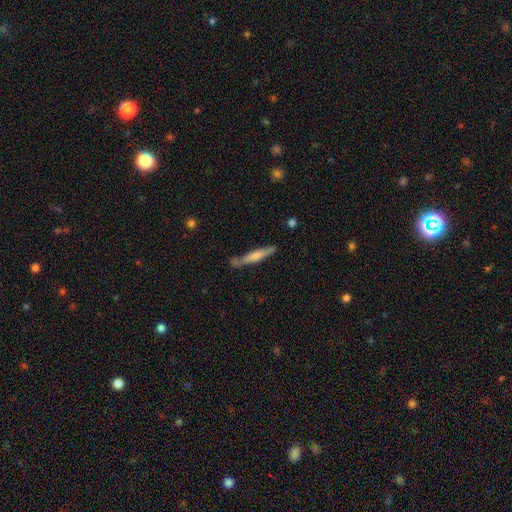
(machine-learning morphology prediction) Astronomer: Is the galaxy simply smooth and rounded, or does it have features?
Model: smooth — 59% (runner-up: featured or disk, 35%).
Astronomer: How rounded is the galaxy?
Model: cigar-shaped — 93%.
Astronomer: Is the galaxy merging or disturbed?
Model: none — 76%.